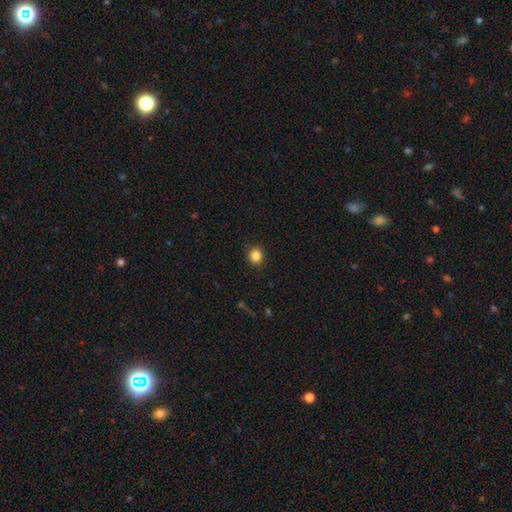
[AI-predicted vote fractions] Smooth or featured?
  - smooth: 85% *
  - star or artifact: 11%
  - featured or disk: 4%
How rounded?
  - round: 84% *
  - in between: 15%
  - cigar-shaped: 1%
Merging?
  - none: 90% *
  - minor disturbance: 7%
  - major disturbance: 2%
  - merger: 1%